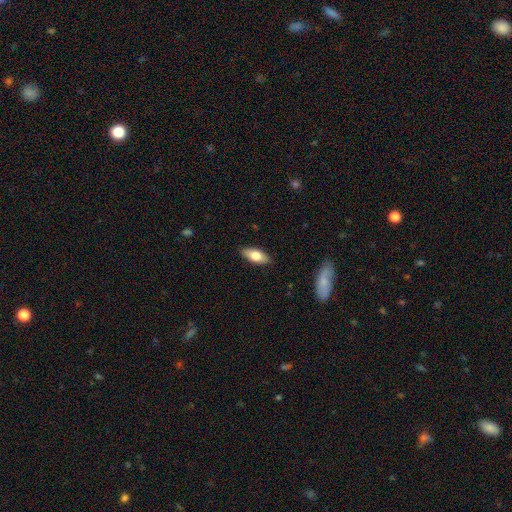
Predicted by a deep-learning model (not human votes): This appears to be a smooth galaxy with no disk features (74%) that is in between round and cigar-shaped (82%). Merging: none (87%).